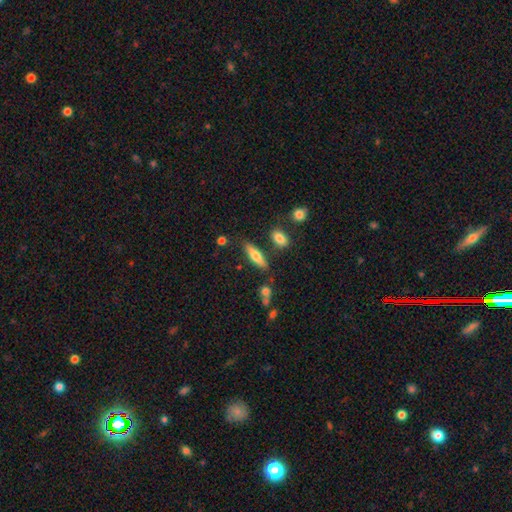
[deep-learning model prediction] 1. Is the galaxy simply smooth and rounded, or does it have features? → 61% smooth, 32% featured or disk, 7% star or artifact.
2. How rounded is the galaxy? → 62% cigar-shaped, 35% in between, 2% round.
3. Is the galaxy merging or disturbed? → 78% none, 12% minor disturbance, 7% merger, 3% major disturbance.